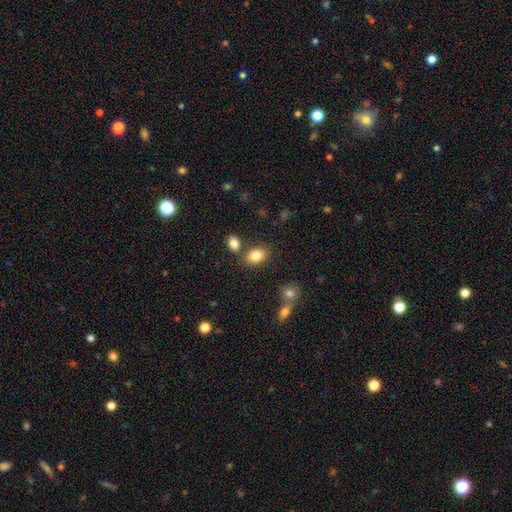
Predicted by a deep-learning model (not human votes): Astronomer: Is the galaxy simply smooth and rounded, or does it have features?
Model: smooth — 83%.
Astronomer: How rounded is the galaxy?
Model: in between — 82%.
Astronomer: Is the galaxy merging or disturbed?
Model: none — 67%.